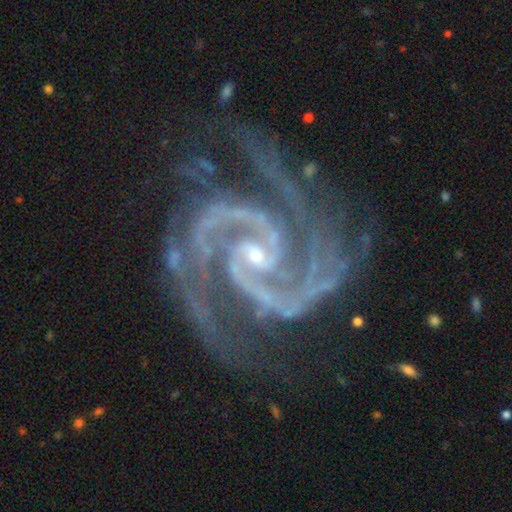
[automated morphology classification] This appears to be a featured or disk galaxy (94%) with a weak bar (39%), 2 (79%) tight (50%) spiral arms (99%) and a small central bulge (78%). Merging: none (69%).